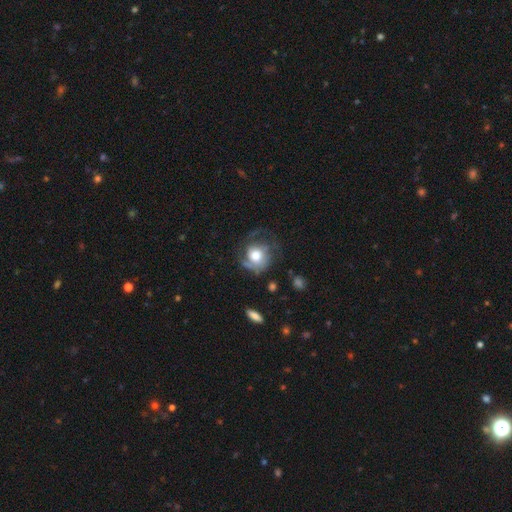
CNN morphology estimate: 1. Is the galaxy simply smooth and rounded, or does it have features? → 56% featured or disk, 36% smooth, 8% star or artifact.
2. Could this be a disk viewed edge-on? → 97% no, 3% yes.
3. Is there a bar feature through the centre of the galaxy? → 76% no, 19% weak, 4% strong.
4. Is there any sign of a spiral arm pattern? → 81% yes, 19% no.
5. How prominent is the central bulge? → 48% moderate, 40% large, 5% small, 5% dominant, 2% none.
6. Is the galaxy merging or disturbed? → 50% none, 27% major disturbance, 20% minor disturbance, 2% merger.